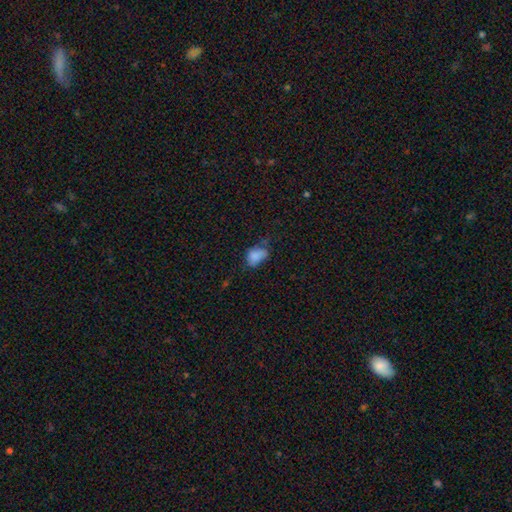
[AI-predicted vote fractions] Smooth or featured? smooth (81%)
How rounded? in between (84%)
Merging? minor disturbance (39%, tied with none)